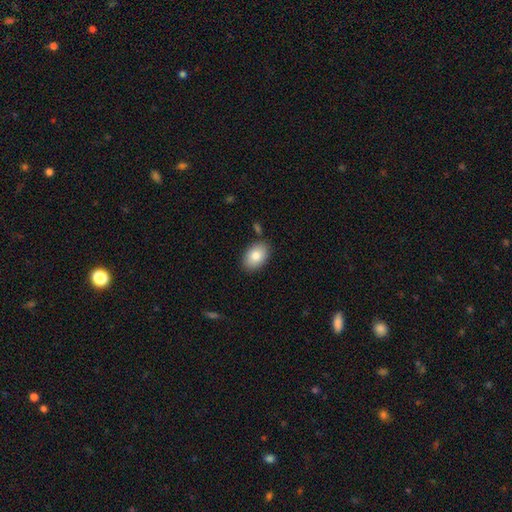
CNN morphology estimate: A smooth galaxy with no disk features (83%) that is in between round and cigar-shaped (89%).

Vote fractions:
- Smooth or featured? smooth: 83% / featured or disk: 10% / star or artifact: 7%
- How rounded? in between: 89% / round: 10% / cigar-shaped: 1%
- Merging? none: 85% / minor disturbance: 10% / merger: 3% / major disturbance: 2%